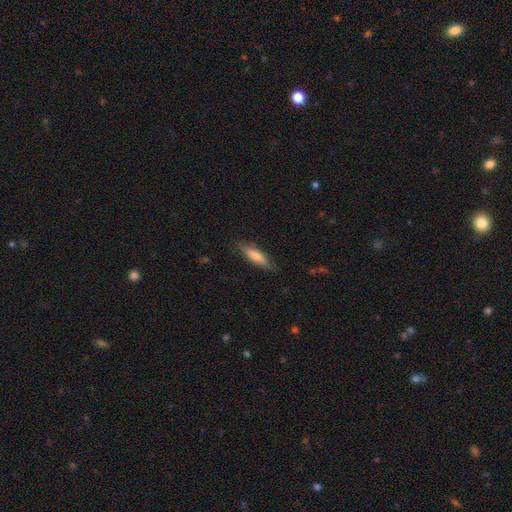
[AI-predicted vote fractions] A smooth galaxy with no disk features (68%) that is cigar-shaped (73%). Merging: none (82%).